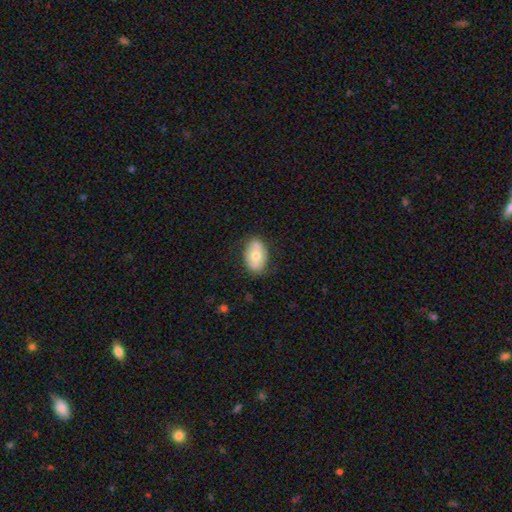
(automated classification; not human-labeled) Smooth or featured: smooth — 67% (featured or disk — 27%)
How rounded: in between — 87% (round — 12%)
Merging: none — 79% (minor disturbance — 16%)